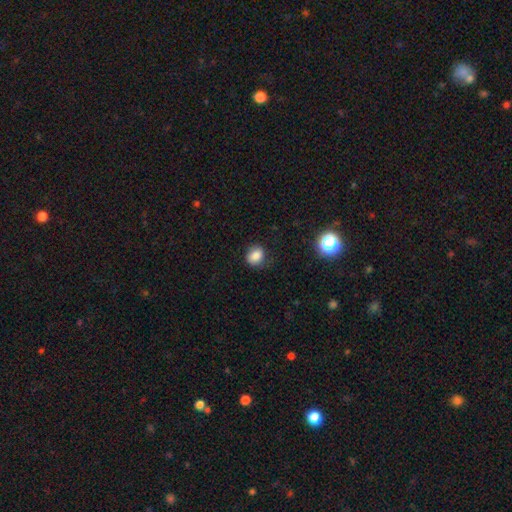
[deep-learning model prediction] Q: Smooth or featured?
A: smooth (80%); runner-up: star or artifact (11%)
Q: How rounded?
A: round (64%); runner-up: in between (35%)
Q: Merging?
A: none (74%); runner-up: minor disturbance (19%)